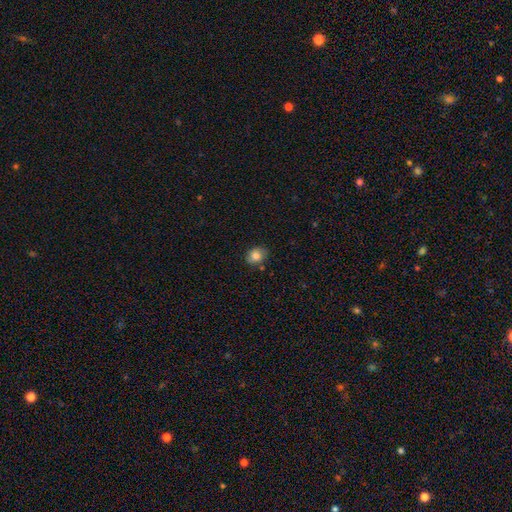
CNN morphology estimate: This is clearly a smooth galaxy (82%). How rounded: possibly in between (54%). Merging: clearly none (83%).